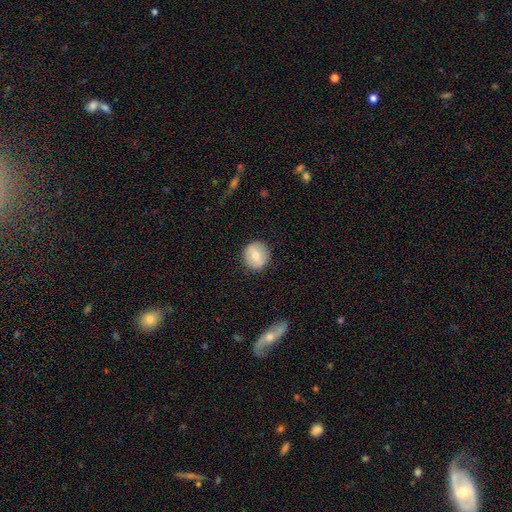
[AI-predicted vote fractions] The model was most divided on "smooth or featured": smooth: 66%, featured or disk: 27%, star or artifact: 7%. More confident: merging — none (88%); how rounded — round (87%).